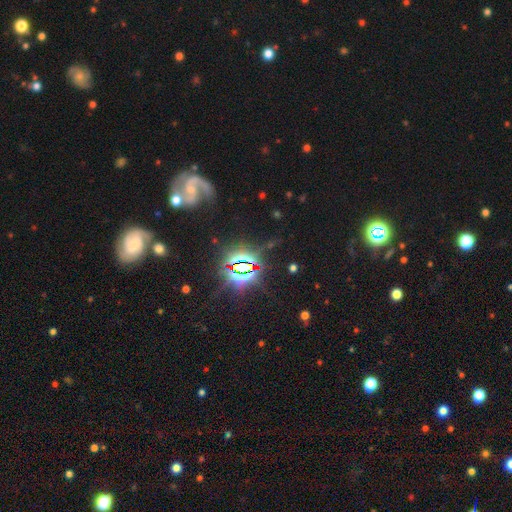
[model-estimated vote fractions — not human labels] Smooth or featured: star or artifact — 75% (featured or disk — 13%)